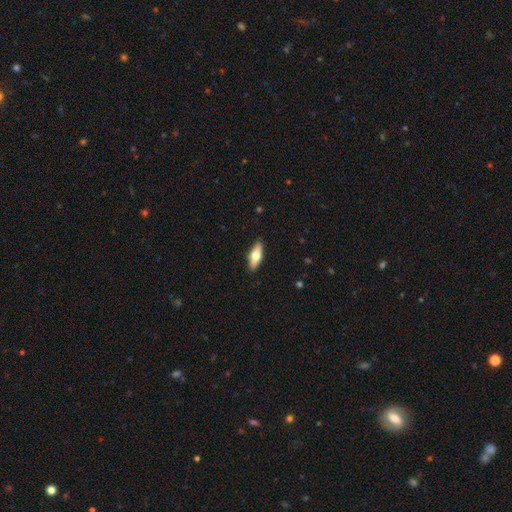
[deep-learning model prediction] Smooth or featured?
  - smooth: 58% *
  - featured or disk: 36%
  - star or artifact: 6%
How rounded?
  - in between: 61% *
  - cigar-shaped: 36%
  - round: 3%
Merging?
  - none: 89% *
  - minor disturbance: 8%
  - major disturbance: 2%
  - merger: 1%